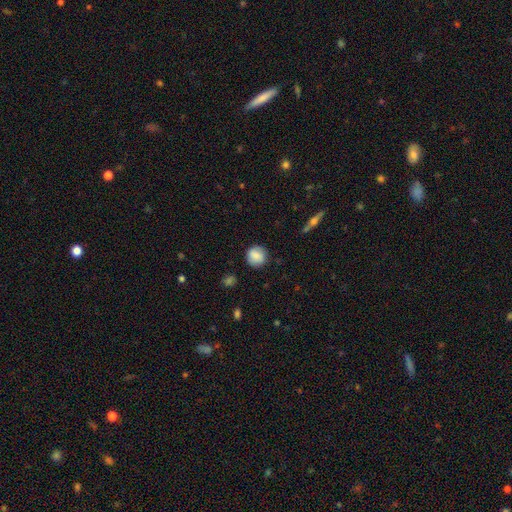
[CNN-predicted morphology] Smooth or featured? smooth (82%)
How rounded? round (89%)
Merging? none (85%)